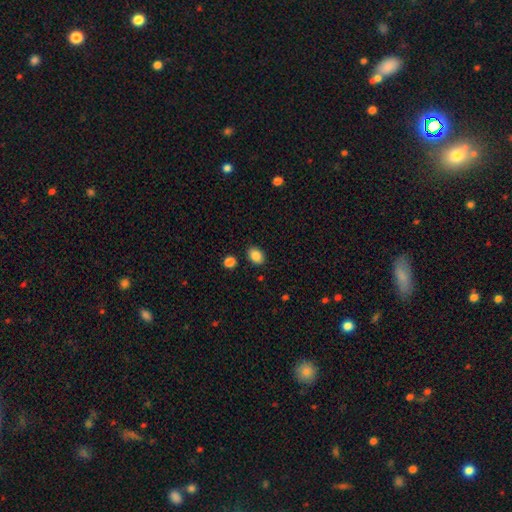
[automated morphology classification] A smooth galaxy with no disk features (86%) that is in between round and cigar-shaped (75%). Merging: none (85%).